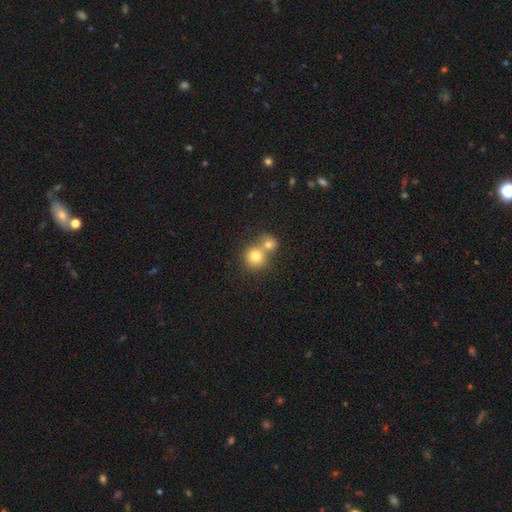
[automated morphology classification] Smooth or featured? smooth (77%)
How rounded? round (85%)
Merging? merger (54%)